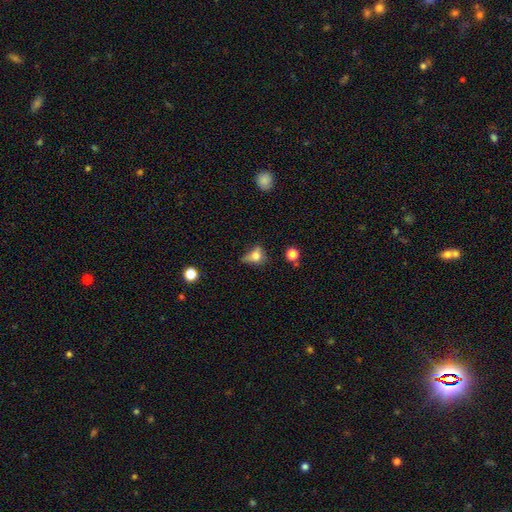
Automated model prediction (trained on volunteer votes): Morphology: type=smooth (66%); roundness=in between (63%); merging=minor disturbance (32%, tied with none).